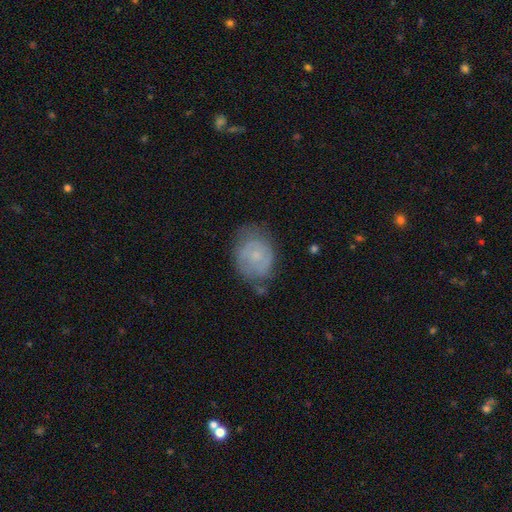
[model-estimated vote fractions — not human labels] featured or disk 53%, smooth 38%, star or artifact 8%. Down the decision tree: edge-on disk — no (97%); bar — no (75%); spiral arms — yes (73%); bulge size — small (70%); merging — none (56%).